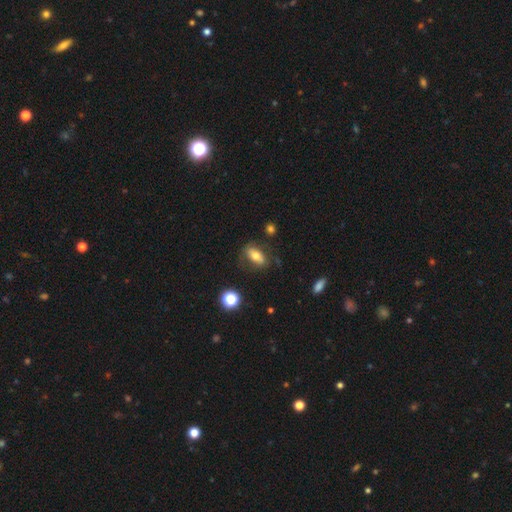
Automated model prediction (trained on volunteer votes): Q: Smooth or featured?
A: smooth (62%); runner-up: featured or disk (29%)
Q: How rounded?
A: in between (81%); runner-up: cigar-shaped (12%)
Q: Merging?
A: none (66%); runner-up: minor disturbance (20%)